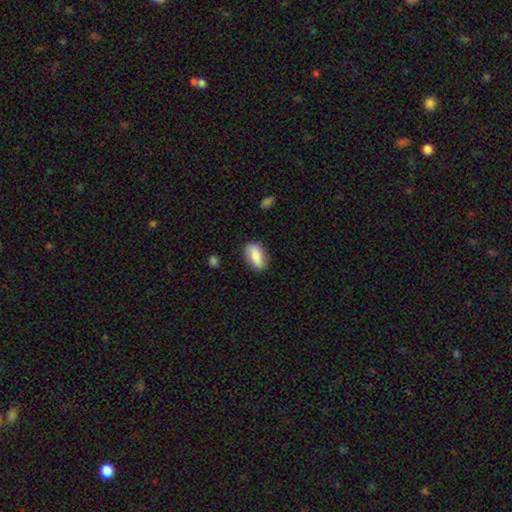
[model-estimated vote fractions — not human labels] Smooth or featured? Predicted: smooth (p=0.78). How rounded? Predicted: in between (p=0.87). Merging? Predicted: none (p=0.79).